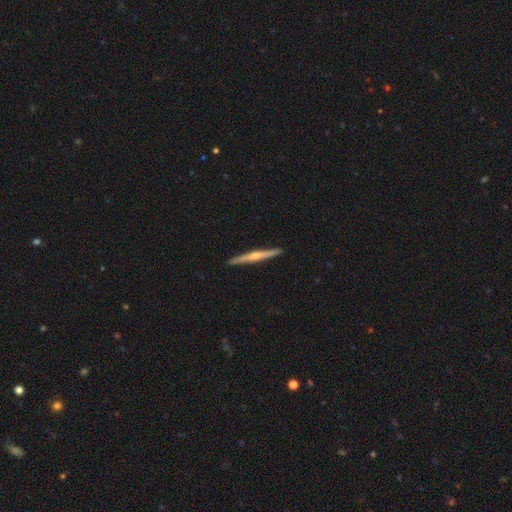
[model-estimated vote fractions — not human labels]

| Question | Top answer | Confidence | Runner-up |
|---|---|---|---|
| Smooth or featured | featured or disk | 72% | smooth (22%) |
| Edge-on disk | yes | 97% | no (3%) |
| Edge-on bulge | rounded | 80% | none (14%) |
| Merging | none | 91% | minor disturbance (7%) |